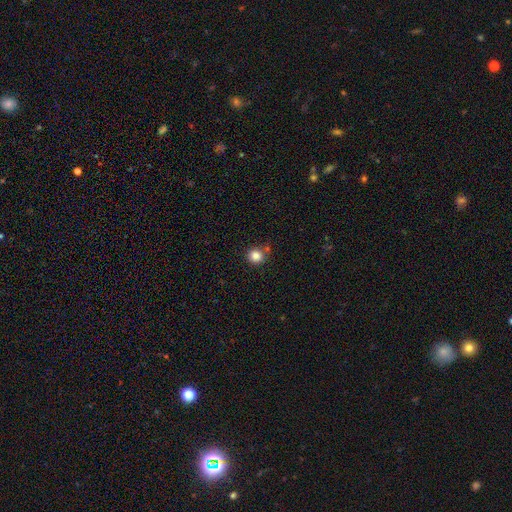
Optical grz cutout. It shows a smooth galaxy with no disk features (95%) that is round (86%). Merging: none (89%).